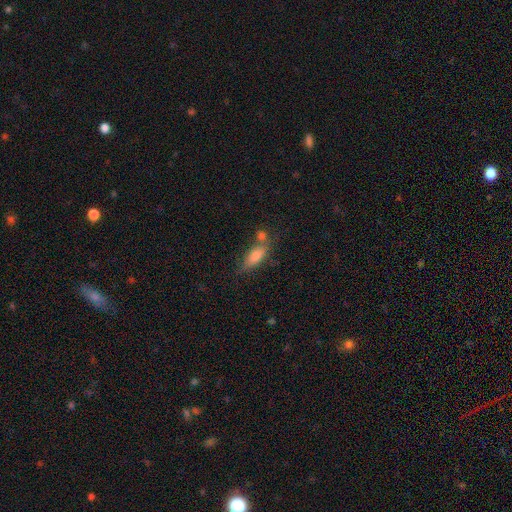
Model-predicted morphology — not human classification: smooth 65%, featured or disk 24%, star or artifact 11%. Down the decision tree: how rounded — in between (56%); merging — none (56%).